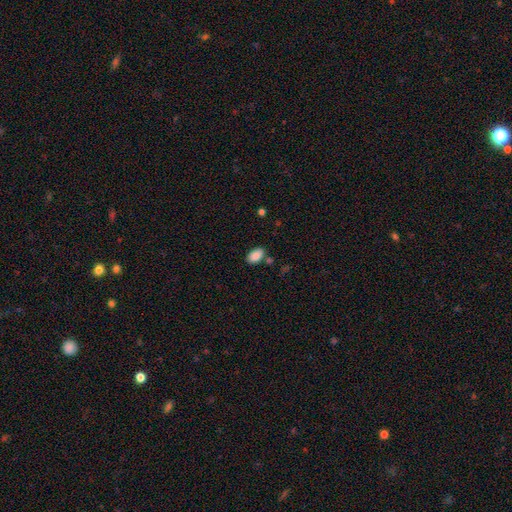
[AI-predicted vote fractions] Overall: smooth (88%). How rounded: in between (92%). Merging: none (77%).